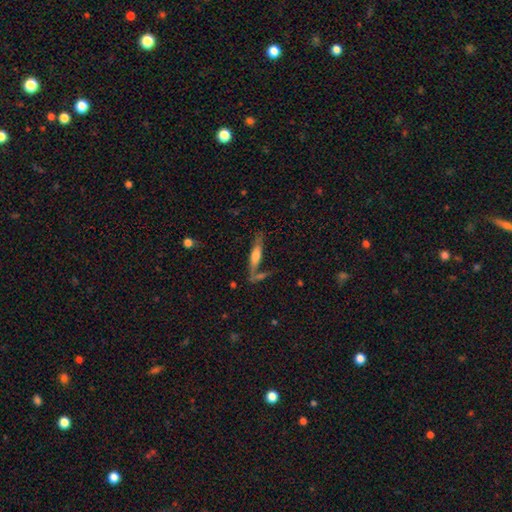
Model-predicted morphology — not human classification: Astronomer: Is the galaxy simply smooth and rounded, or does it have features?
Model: featured or disk — 47% (runner-up: smooth, 46%).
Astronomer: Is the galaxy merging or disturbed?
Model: none — 65%.